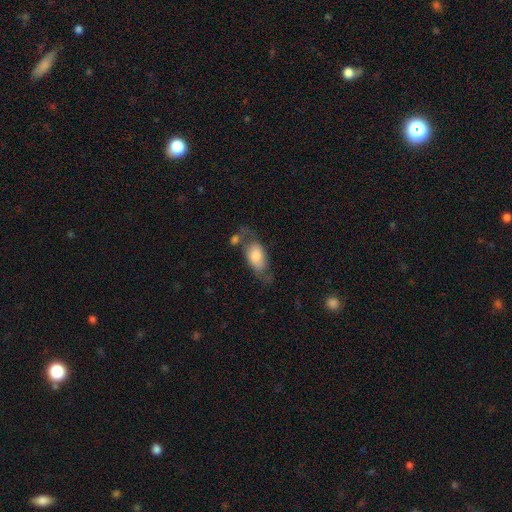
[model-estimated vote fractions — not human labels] Smooth or featured? smooth (70%)
How rounded? in between (90%)
Merging? none (42%)